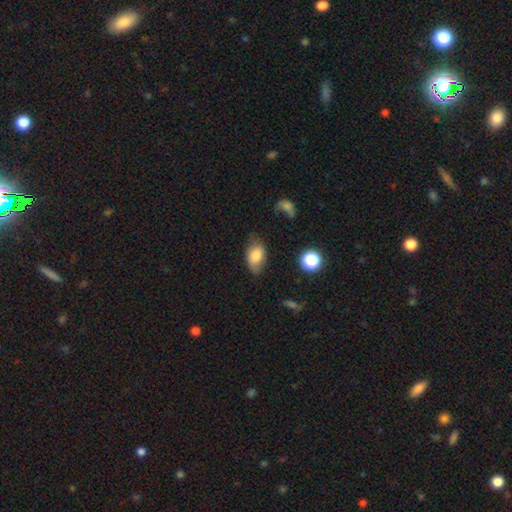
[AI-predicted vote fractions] Overall: smooth (80%). How rounded: in between (91%). Merging: none (61%; minor disturbance 28%).